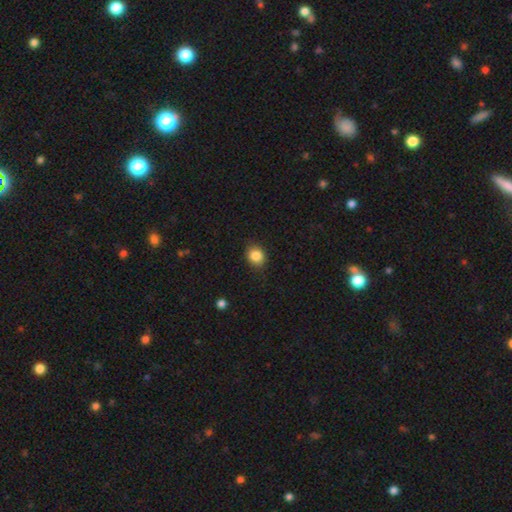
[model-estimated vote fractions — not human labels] Overall: smooth (86%). How rounded: round (60%; in between 39%). Merging: none (84%).